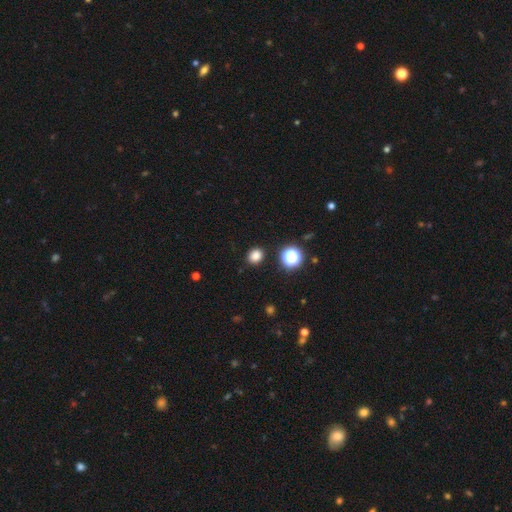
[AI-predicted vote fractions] This appears to be a smooth galaxy with no disk features (82%) that is round (70%). Merging: none (89%).